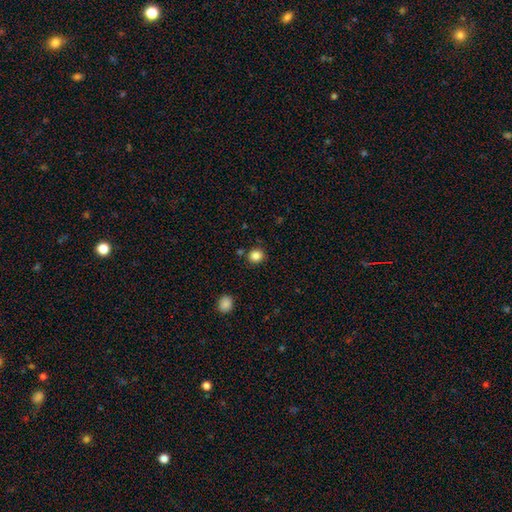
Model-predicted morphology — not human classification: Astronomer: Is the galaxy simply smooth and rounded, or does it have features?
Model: smooth — 85%.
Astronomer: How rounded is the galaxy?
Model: round — 85%.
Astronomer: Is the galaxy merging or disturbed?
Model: none — 86%.